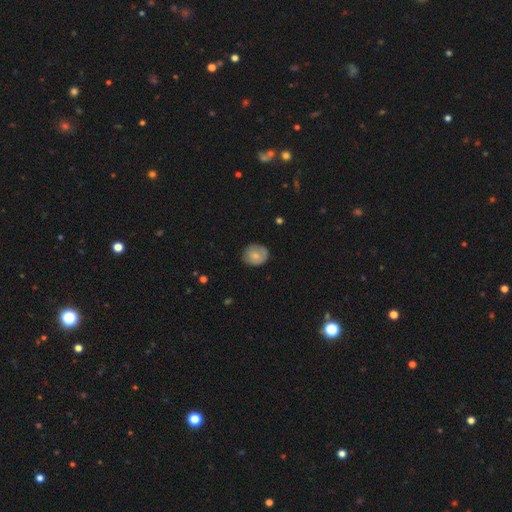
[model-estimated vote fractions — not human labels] Smooth or featured: smooth — 75% (featured or disk — 18%)
How rounded: round — 71% (in between — 28%)
Merging: none — 75% (minor disturbance — 20%)